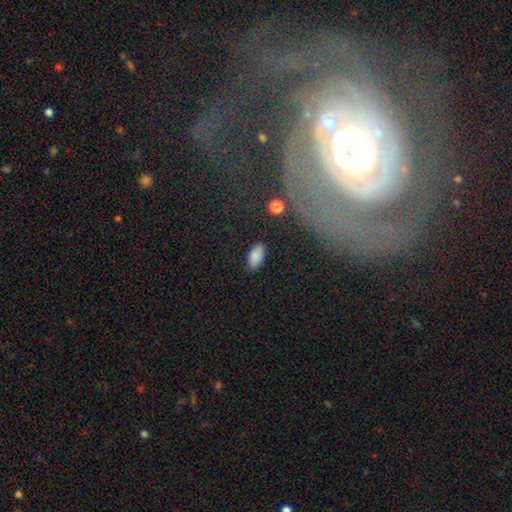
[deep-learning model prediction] This appears to be a smooth galaxy with no disk features (85%) that is in between round and cigar-shaped (94%). Merging: none (85%).